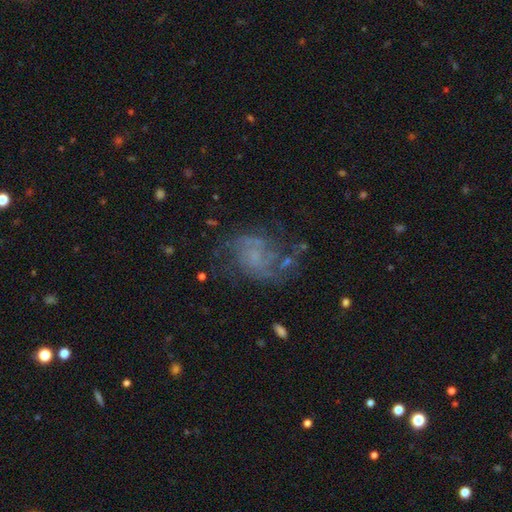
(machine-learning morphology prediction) A featured or disk galaxy (71%) with no bar (71%), 2 (56%) medium (44%) spiral arms (84%) and no central bulge (52%). Merging: none (56%).